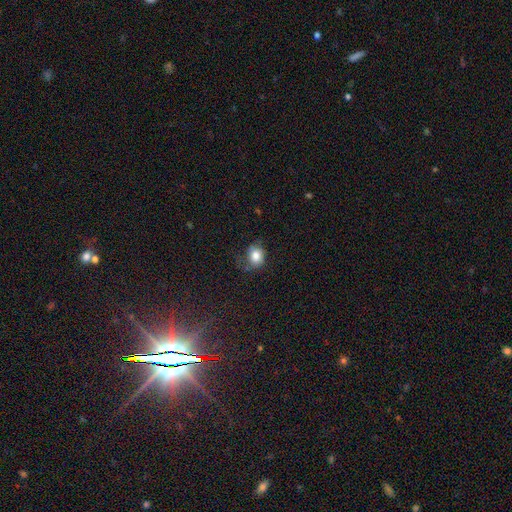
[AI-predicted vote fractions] This is clearly a smooth galaxy (81%). How rounded: possibly round (50%). Merging: possibly none (58%).